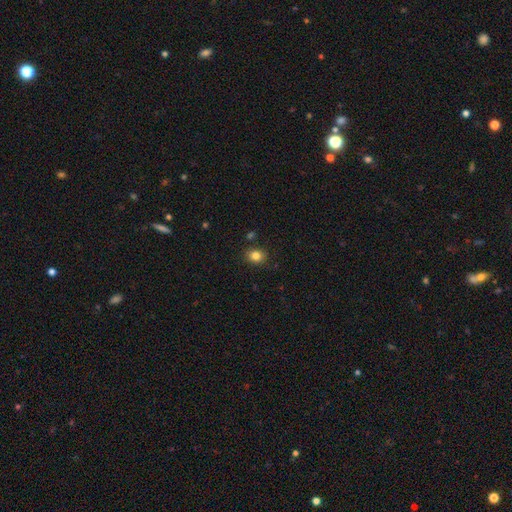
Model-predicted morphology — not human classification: smooth 83%, star or artifact 11%, featured or disk 6%. Down the decision tree: how rounded — round (57%); merging — none (86%).